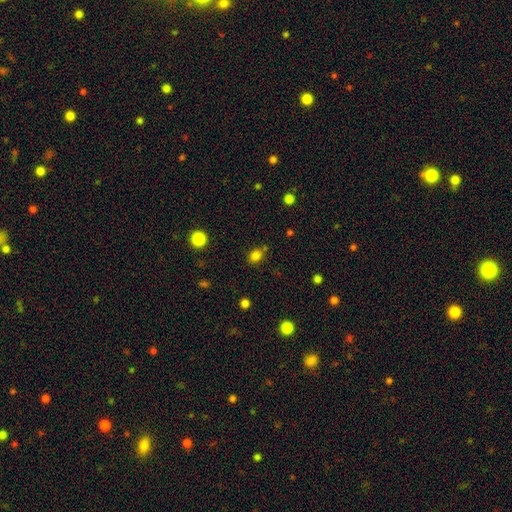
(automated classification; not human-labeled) This is clearly a smooth galaxy (81%). How rounded: possibly round (56%). Merging: likely none (73%).